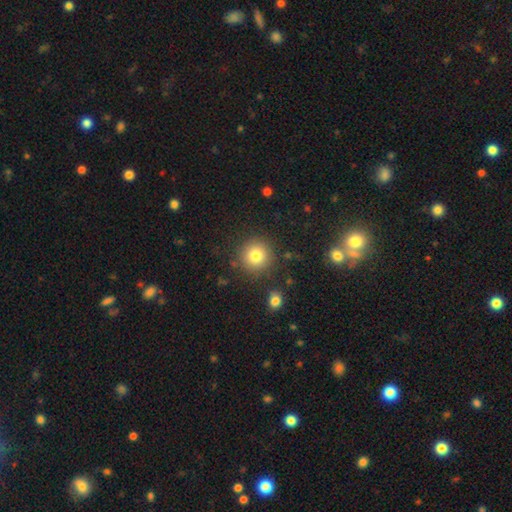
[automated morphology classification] A smooth galaxy with no disk features (79%) that is round (94%).

Vote fractions:
- Smooth or featured? smooth: 79% / star or artifact: 12% / featured or disk: 8%
- How rounded? round: 94% / in between: 5% / cigar-shaped: 1%
- Merging? none: 87% / minor disturbance: 7% / major disturbance: 3% / merger: 3%